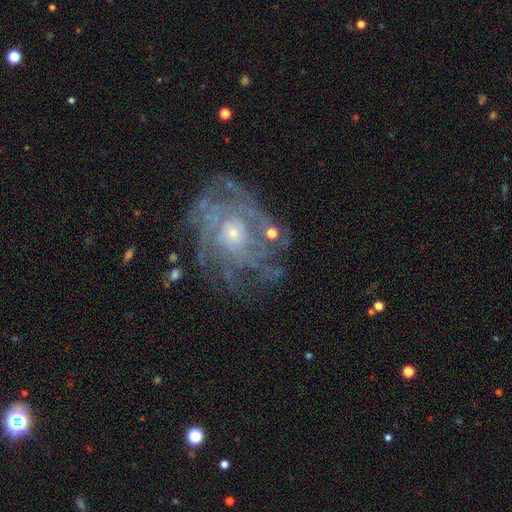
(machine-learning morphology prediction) Smooth or featured? Predicted: featured or disk (p=0.82). Edge-on disk? Predicted: no (p=0.97). Bar? Predicted: no (p=0.80). Spiral arms? Predicted: yes (p=0.87). Spiral winding? Predicted: tight (p=0.64). Spiral arm count? Predicted: can't tell (p=0.46). Bulge size? Predicted: small (p=0.60). Merging? Predicted: none (p=0.71).